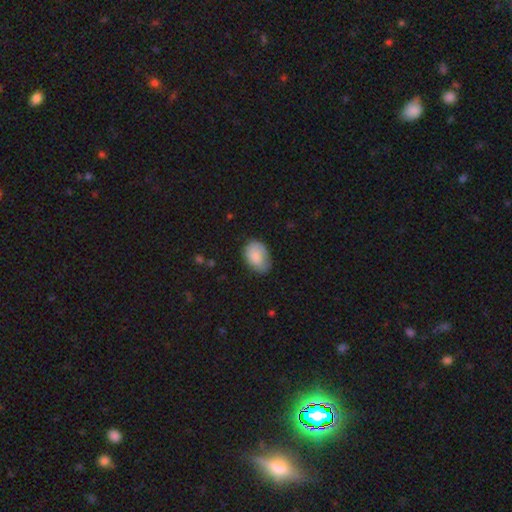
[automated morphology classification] Q: Smooth or featured?
A: smooth (82%); runner-up: featured or disk (12%)
Q: How rounded?
A: in between (84%); runner-up: round (14%)
Q: Merging?
A: none (67%); runner-up: minor disturbance (26%)